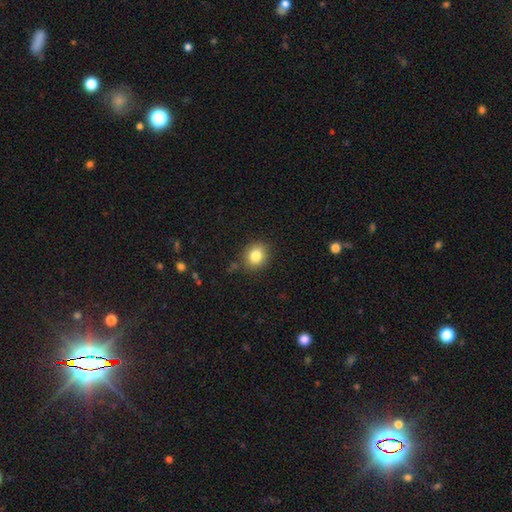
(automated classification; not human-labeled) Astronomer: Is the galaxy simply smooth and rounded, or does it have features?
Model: smooth — 83%.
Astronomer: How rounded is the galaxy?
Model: round — 69%.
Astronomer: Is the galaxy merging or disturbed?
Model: none — 85%.